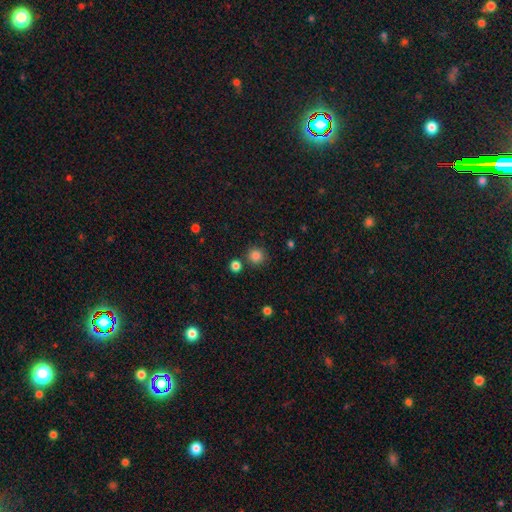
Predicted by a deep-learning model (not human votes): This is clearly a smooth galaxy (84%). How rounded: clearly round (93%). Merging: clearly none (83%).